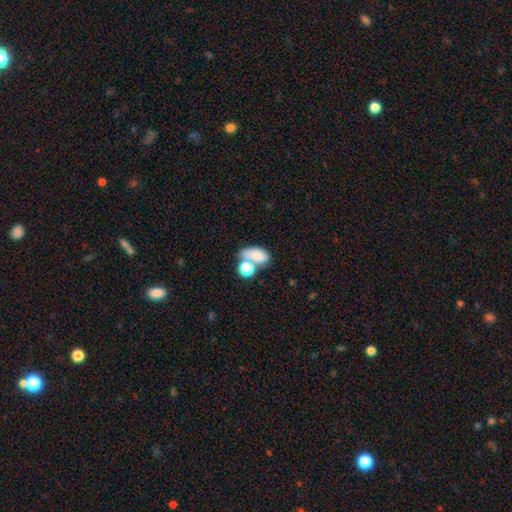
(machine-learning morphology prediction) This is likely a smooth galaxy (77%). How rounded: clearly in between (85%). Merging: marginally merger (44%).